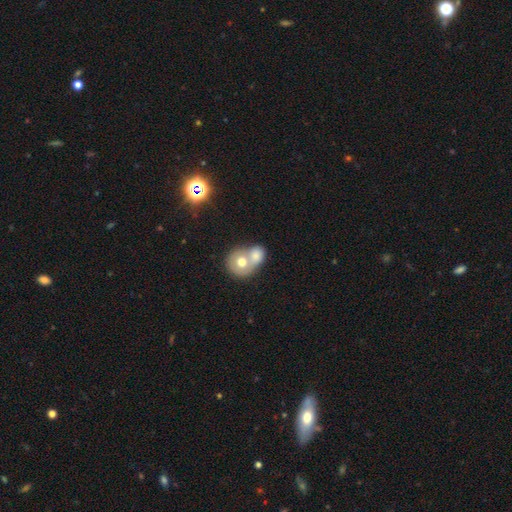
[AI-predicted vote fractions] Morphology: type=smooth (68%); roundness=round (70%); merging=merger (72%).